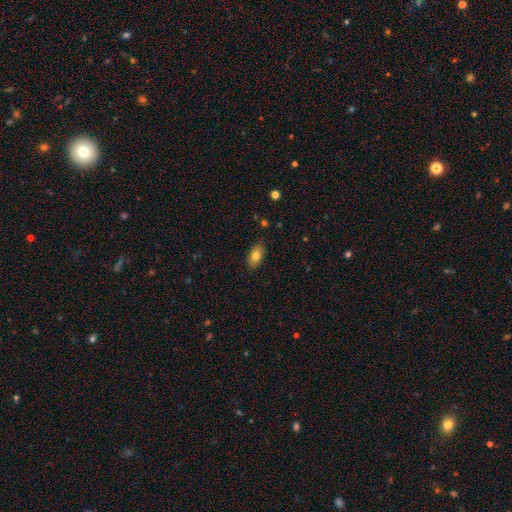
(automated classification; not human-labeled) The model was most divided on "smooth or featured": smooth: 78%, featured or disk: 15%, star or artifact: 7%. More confident: how rounded — in between (91%); merging — none (86%).